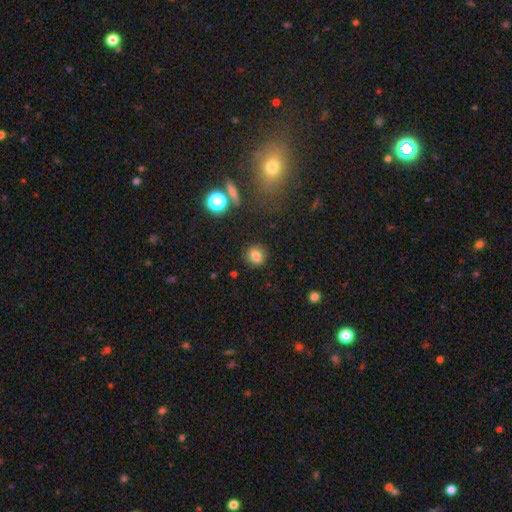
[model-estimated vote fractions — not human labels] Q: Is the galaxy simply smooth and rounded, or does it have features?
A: smooth — 79%.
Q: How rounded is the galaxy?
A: round — 81%.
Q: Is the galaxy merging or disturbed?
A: none — 88%.